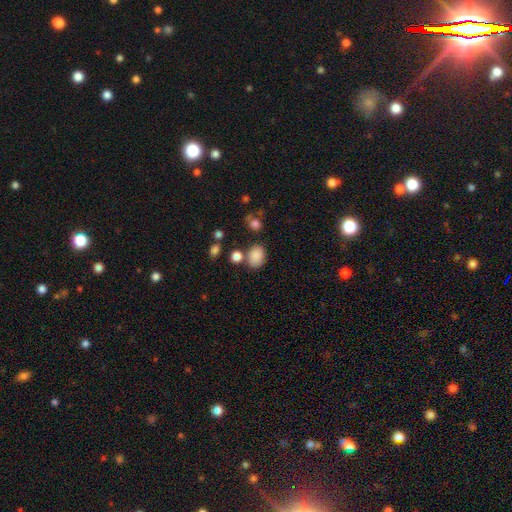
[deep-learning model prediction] Overall: smooth (85%). How rounded: in between (62%; round 37%). Merging: none (67%).